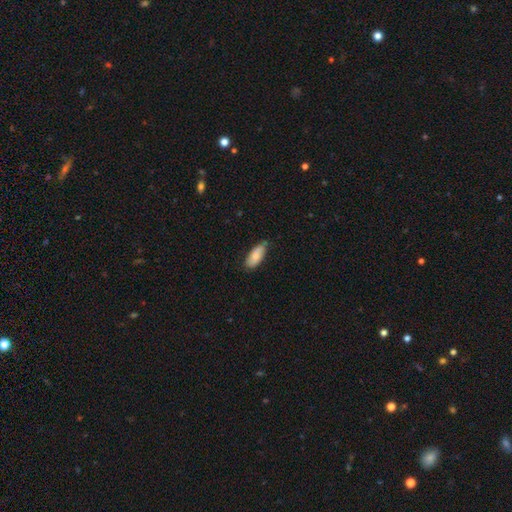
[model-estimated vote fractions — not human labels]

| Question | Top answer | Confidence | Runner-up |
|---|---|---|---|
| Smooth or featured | smooth | 74% | featured or disk (20%) |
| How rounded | in between | 86% | cigar-shaped (12%) |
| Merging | none | 68% | minor disturbance (27%) |